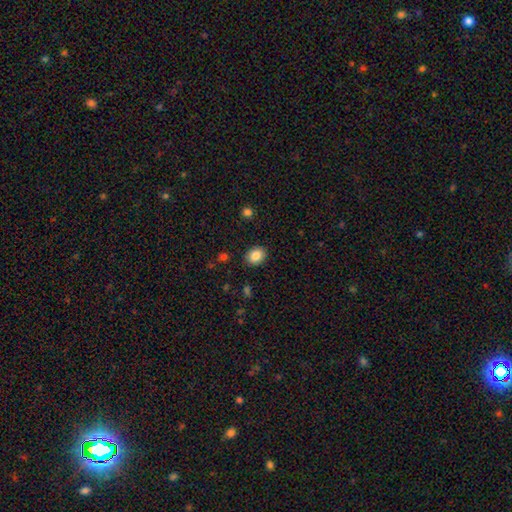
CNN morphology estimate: This is clearly a smooth galaxy (85%). How rounded: possibly in between (55%). Merging: clearly none (89%).